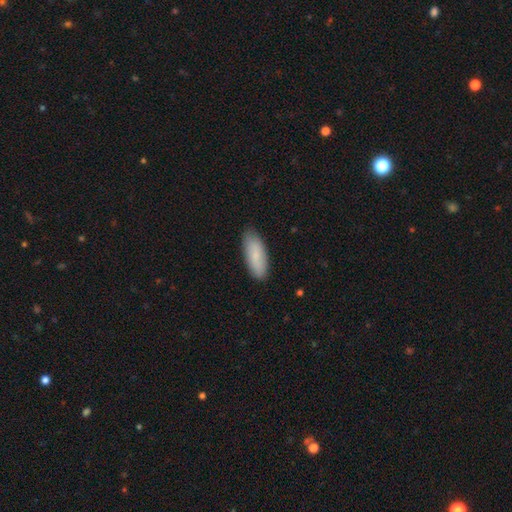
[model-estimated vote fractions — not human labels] Smooth or featured? Predicted: smooth (p=0.85). How rounded? Predicted: in between (p=0.68). Merging? Predicted: none (p=0.85).